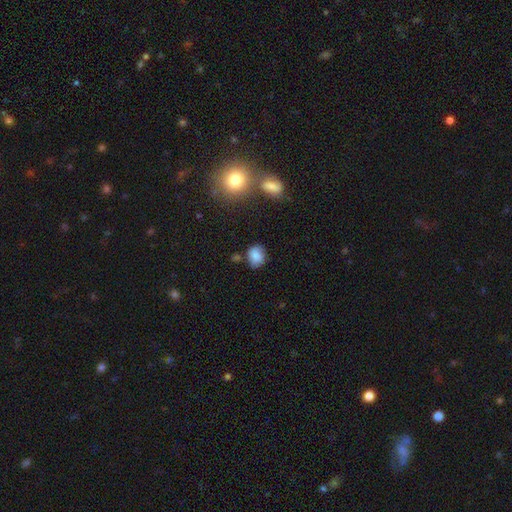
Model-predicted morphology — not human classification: A smooth galaxy with no disk features (82%) that is round (51%).

Vote fractions:
- Smooth or featured? smooth: 82% / star or artifact: 10% / featured or disk: 8%
- How rounded? round: 51% / in between: 48% / cigar-shaped: 1%
- Merging? none: 70% / minor disturbance: 20% / merger: 6% / major disturbance: 4%